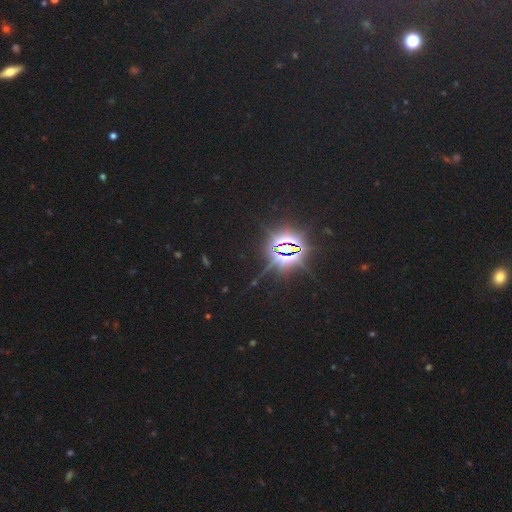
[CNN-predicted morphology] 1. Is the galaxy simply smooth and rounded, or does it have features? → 80% star or artifact, 14% smooth, 6% featured or disk.